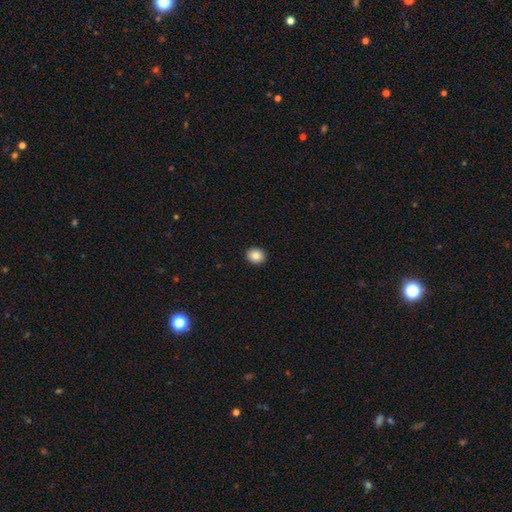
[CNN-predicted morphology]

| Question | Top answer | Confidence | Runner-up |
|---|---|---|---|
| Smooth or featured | smooth | 86% | star or artifact (9%) |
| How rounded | round | 65% | in between (34%) |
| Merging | none | 92% | minor disturbance (5%) |